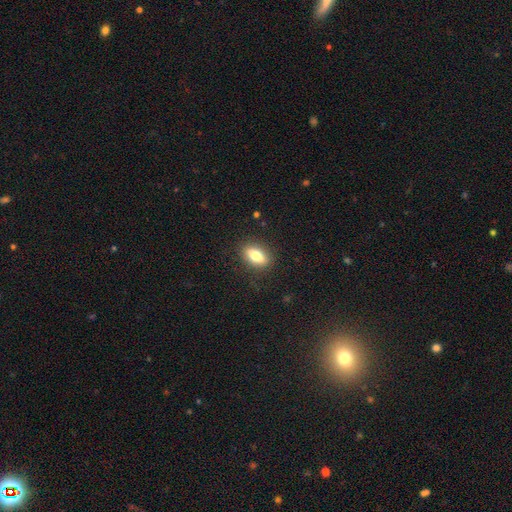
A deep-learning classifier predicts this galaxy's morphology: Smooth or featured? Predicted: smooth (p=0.76). How rounded? Predicted: in between (p=0.81). Merging? Predicted: none (p=0.86).